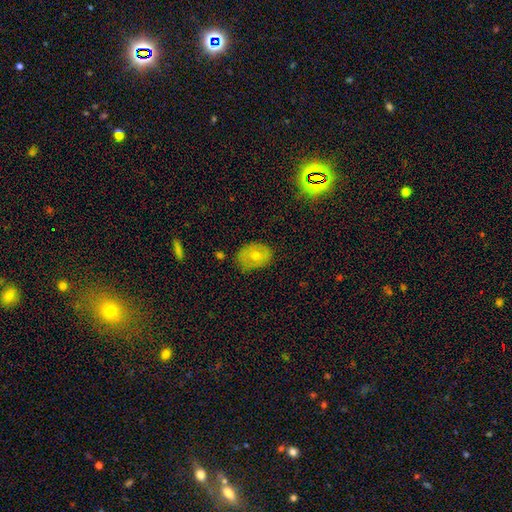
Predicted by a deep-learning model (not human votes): This is possibly a smooth galaxy (59%). How rounded: likely in between (60%). Merging: likely none (70%).